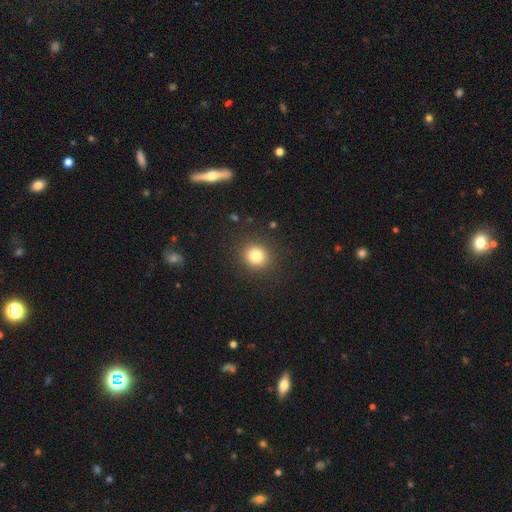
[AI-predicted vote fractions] A smooth galaxy with no disk features (82%) that is round (88%).

Vote fractions:
- Smooth or featured? smooth: 82% / star or artifact: 12% / featured or disk: 6%
- How rounded? round: 88% / in between: 11% / cigar-shaped: 1%
- Merging? none: 89% / minor disturbance: 7% / major disturbance: 3% / merger: 1%